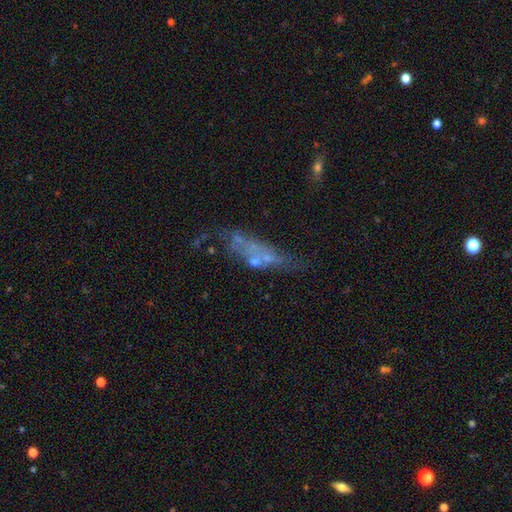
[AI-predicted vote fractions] Smooth or featured? featured or disk (48%)
Merging? none (38%)